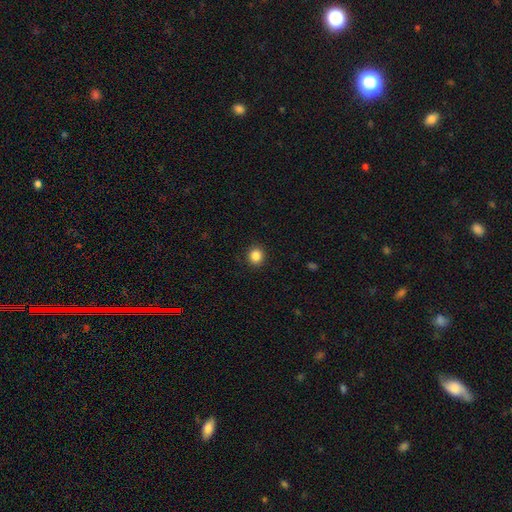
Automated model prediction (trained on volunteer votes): The model was most divided on "smooth or featured": smooth: 86%, star or artifact: 10%, featured or disk: 3%. More confident: merging — none (91%); how rounded — round (88%).